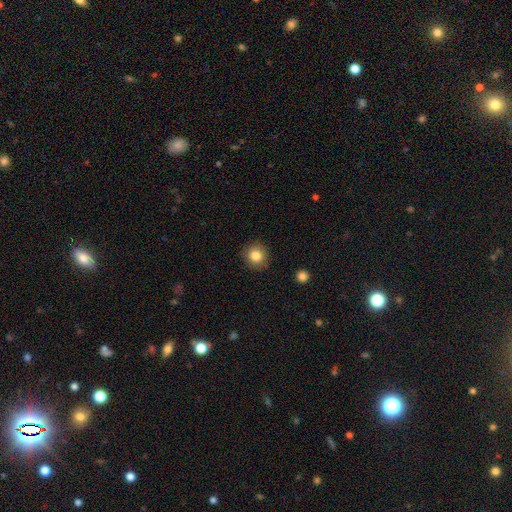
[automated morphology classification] A smooth galaxy with no disk features (83%) that is round (90%).

Vote fractions:
- Smooth or featured? smooth: 83% / star or artifact: 10% / featured or disk: 7%
- How rounded? round: 90% / in between: 9% / cigar-shaped: 1%
- Merging? none: 89% / minor disturbance: 8% / major disturbance: 2% / merger: 1%